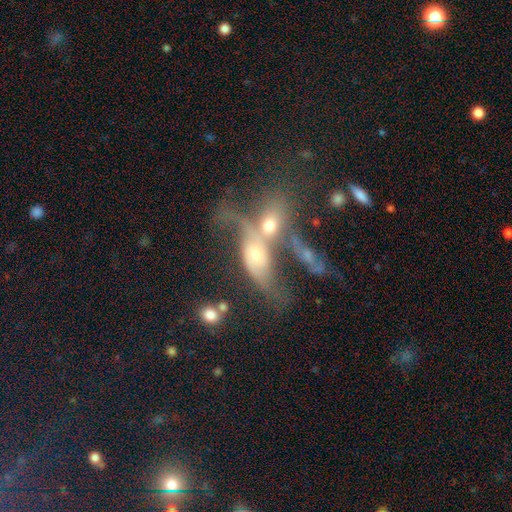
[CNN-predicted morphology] This is possibly a featured or disk galaxy (49%). Merging: likely merger (74%).